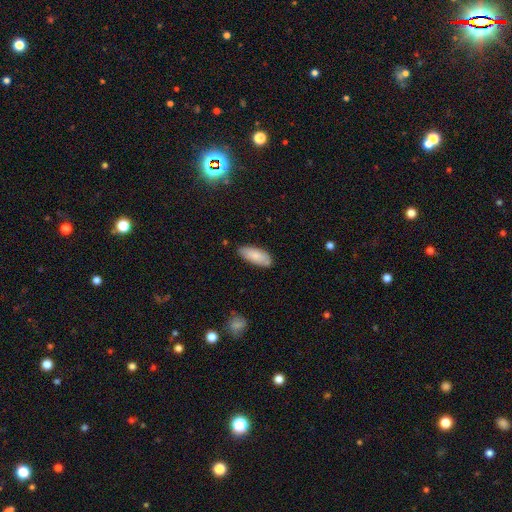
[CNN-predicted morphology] Smooth or featured? smooth (83%)
How rounded? in between (80%)
Merging? none (80%)